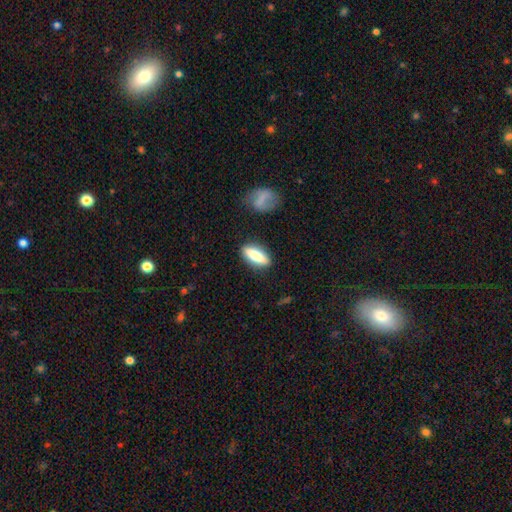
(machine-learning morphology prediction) A smooth galaxy with no disk features (73%) that is in between round and cigar-shaped (60%).

Vote fractions:
- Smooth or featured? smooth: 73% / featured or disk: 20% / star or artifact: 6%
- How rounded? in between: 60% / cigar-shaped: 38% / round: 3%
- Merging? none: 85% / minor disturbance: 9% / major disturbance: 3% / merger: 2%